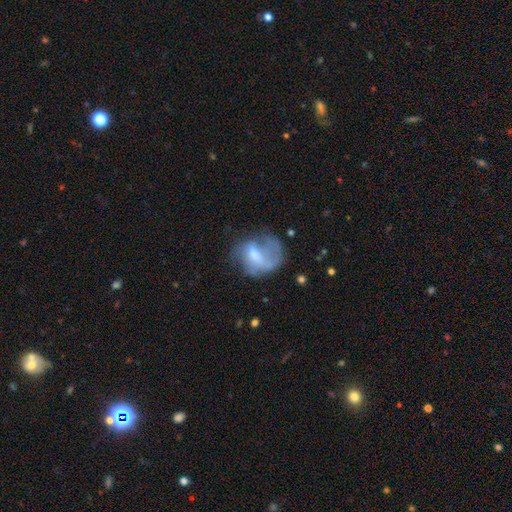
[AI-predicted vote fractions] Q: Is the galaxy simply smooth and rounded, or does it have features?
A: featured or disk — 49%.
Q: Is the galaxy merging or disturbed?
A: major disturbance — 39%.